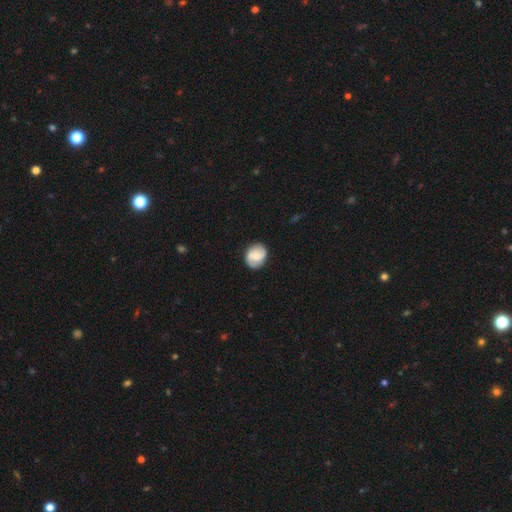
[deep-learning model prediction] Smooth or featured: smooth — 47% (featured or disk — 46%)
Merging: none — 81% (minor disturbance — 14%)